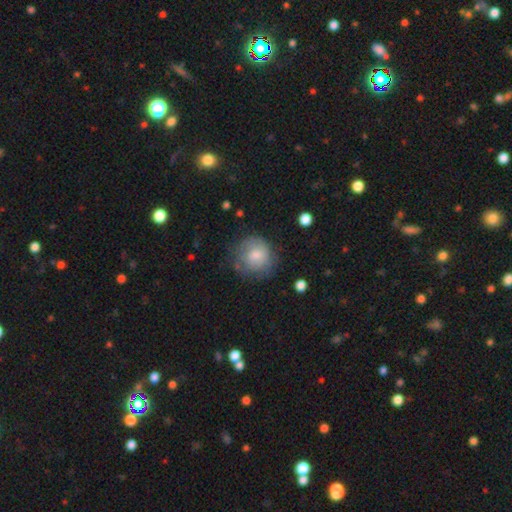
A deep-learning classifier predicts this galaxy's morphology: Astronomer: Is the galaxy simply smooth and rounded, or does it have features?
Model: smooth — 68%.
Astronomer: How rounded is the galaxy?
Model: round — 88%.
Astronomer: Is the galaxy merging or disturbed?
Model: none — 67%.